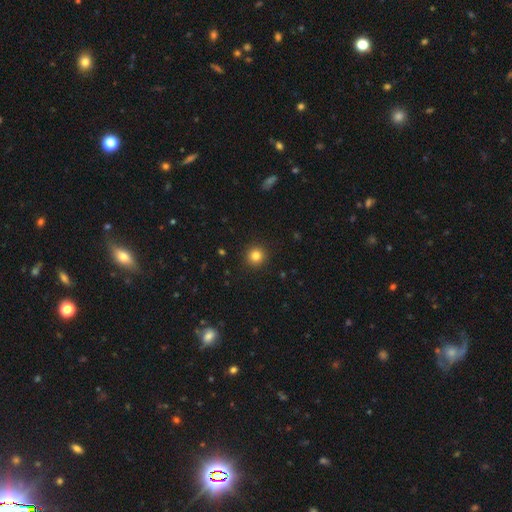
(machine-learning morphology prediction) smooth-or-featured: smooth: 83% | star or artifact: 12% | featured or disk: 5%
  how-rounded: round: 94% | in between: 5% | cigar-shaped: 1%
  merging: none: 92% | minor disturbance: 5% | major disturbance: 2% | merger: 1%